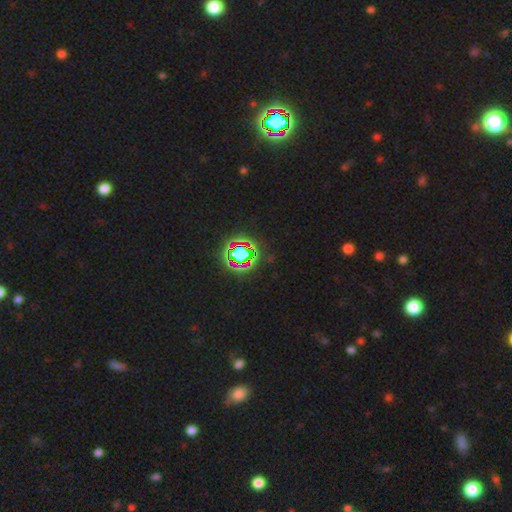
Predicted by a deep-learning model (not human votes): Morphology: type=star or artifact (80%).